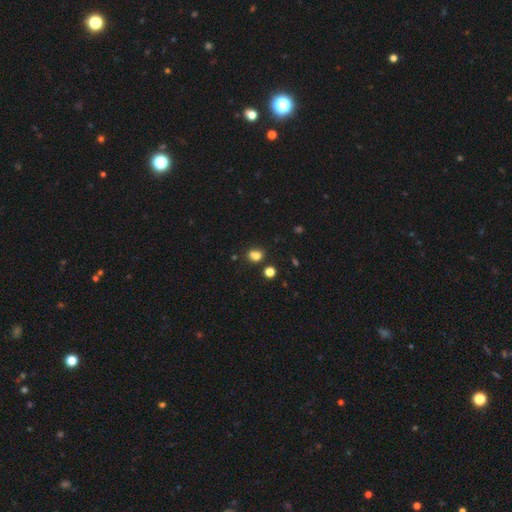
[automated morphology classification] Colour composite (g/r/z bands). It shows a smooth galaxy with no disk features (78%) that is round (59%). Merging: none (59%).